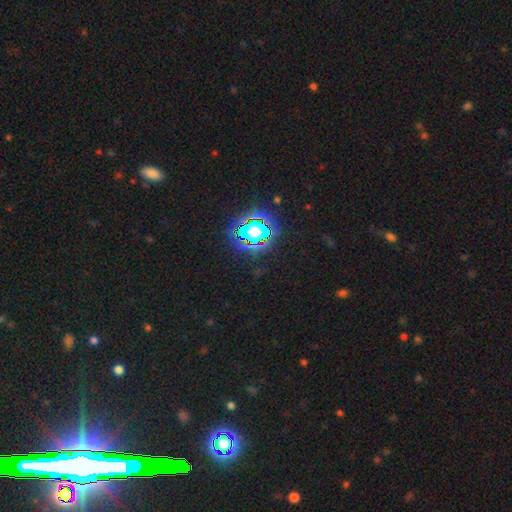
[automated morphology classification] smooth-or-featured: star or artifact: 80% | smooth: 13% | featured or disk: 7%